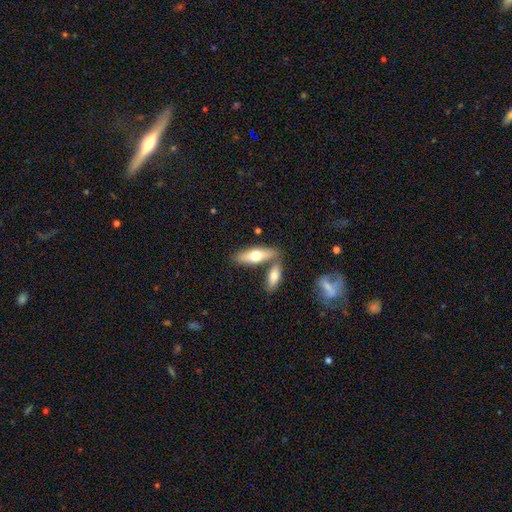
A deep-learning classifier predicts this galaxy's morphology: This appears to be a smooth galaxy with no disk features (62%) that is in between round and cigar-shaped (55%). Merging: none (58%).